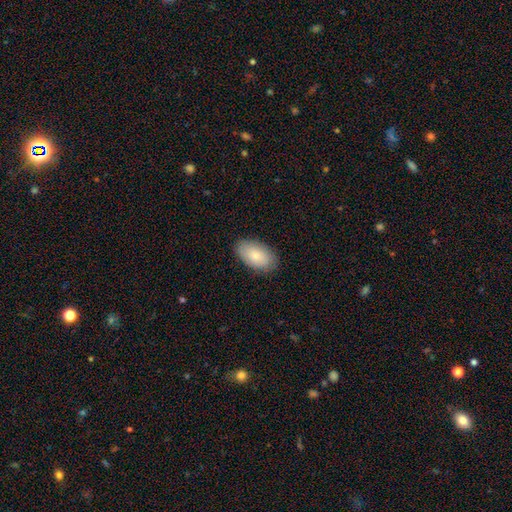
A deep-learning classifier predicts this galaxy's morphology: This is clearly a smooth galaxy (81%). How rounded: clearly in between (95%). Merging: clearly none (86%).